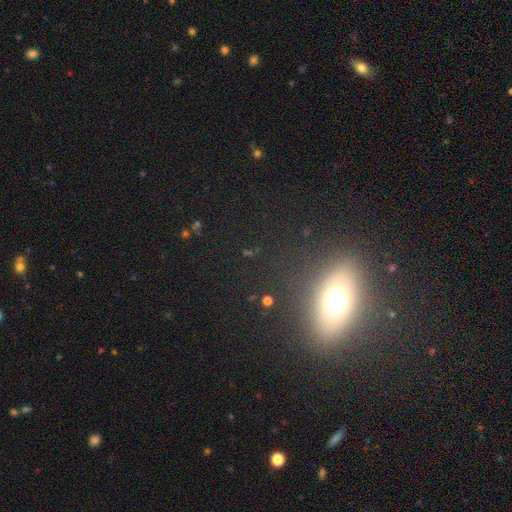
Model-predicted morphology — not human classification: Overall: smooth (51%; featured or disk 29%). How rounded: in between (69%). Merging: none (85%).